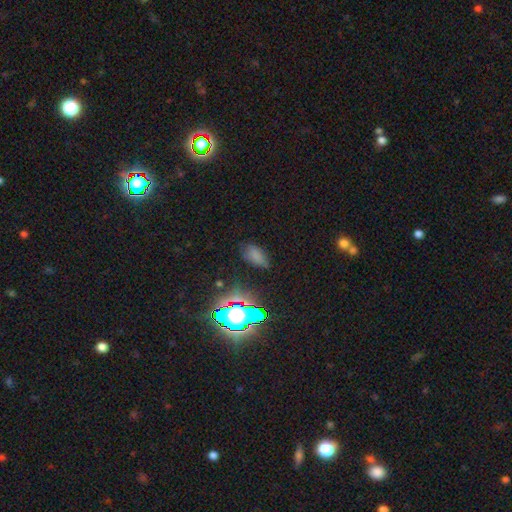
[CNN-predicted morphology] type=smooth (65%); roundness=in between (89%); merging=none (67%).